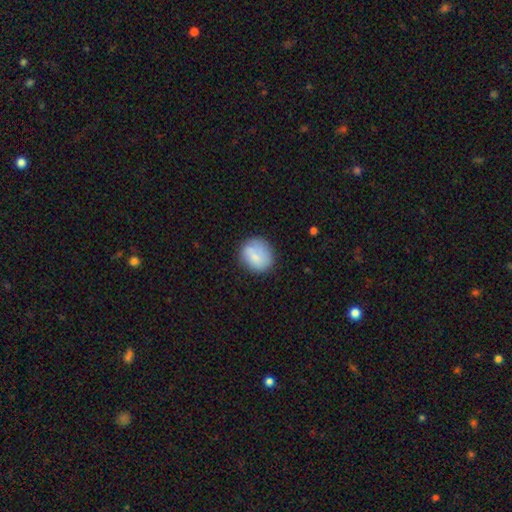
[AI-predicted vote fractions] smooth 75%, featured or disk 18%, star or artifact 7%. Down the decision tree: how rounded — round (75%); merging — none (68%).